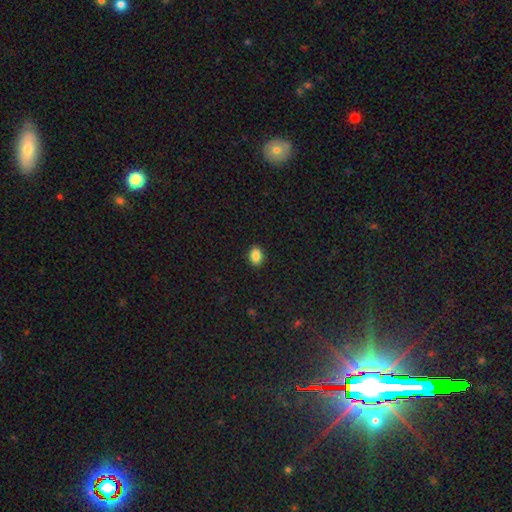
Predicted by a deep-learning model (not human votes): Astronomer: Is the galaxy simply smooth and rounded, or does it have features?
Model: smooth — 87%.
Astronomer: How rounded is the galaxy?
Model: in between — 76%.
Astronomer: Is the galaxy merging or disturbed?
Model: none — 90%.